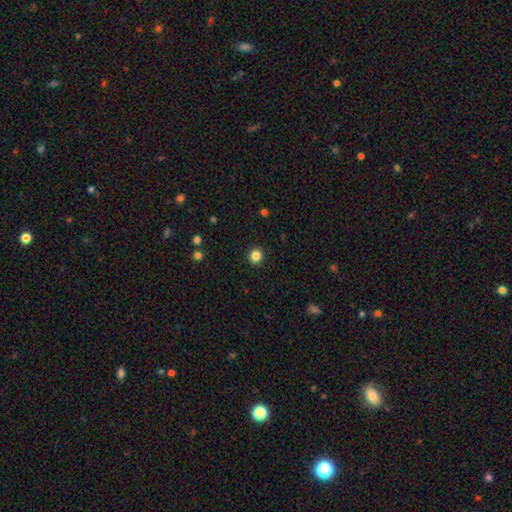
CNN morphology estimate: This is clearly a smooth galaxy (85%). How rounded: clearly round (92%). Merging: clearly none (93%).